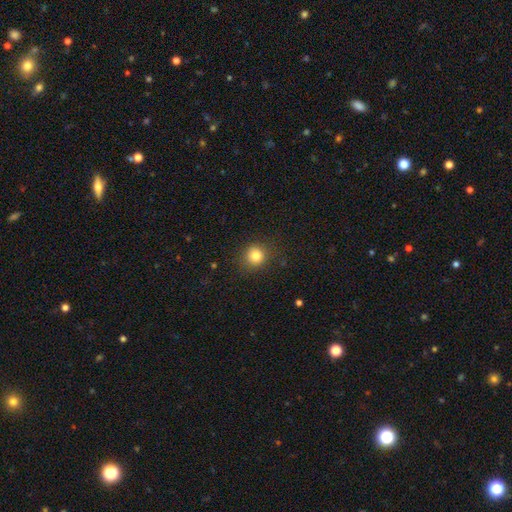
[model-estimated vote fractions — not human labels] This is clearly a smooth galaxy (81%). How rounded: clearly round (91%). Merging: clearly none (88%).